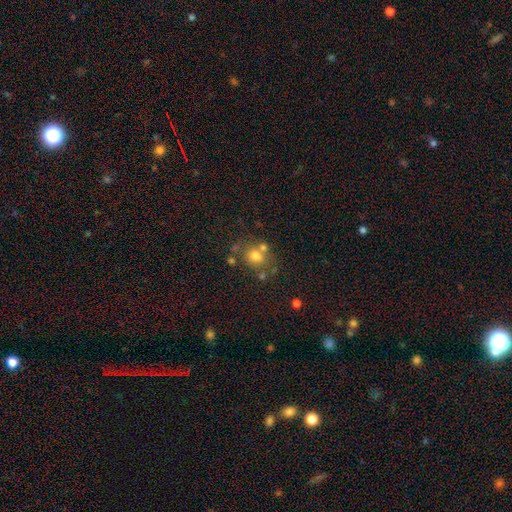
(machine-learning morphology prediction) smooth 71%, featured or disk 15%, star or artifact 15%. Down the decision tree: how rounded — round (68%); merging — none (57%).